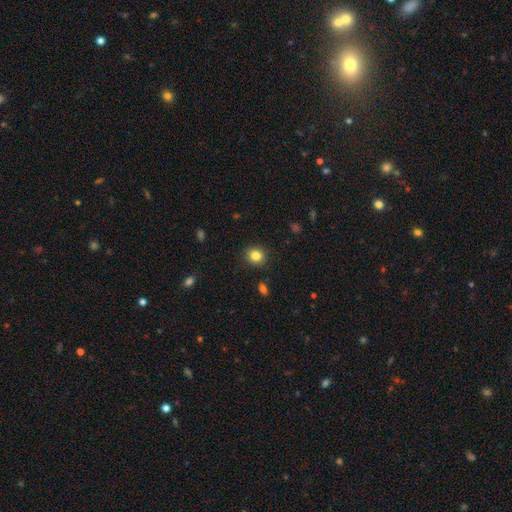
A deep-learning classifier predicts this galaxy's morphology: smooth-or-featured: smooth: 84% | star or artifact: 11% | featured or disk: 6%
  how-rounded: round: 81% | in between: 18% | cigar-shaped: 1%
  merging: none: 90% | minor disturbance: 7% | major disturbance: 2% | merger: 1%